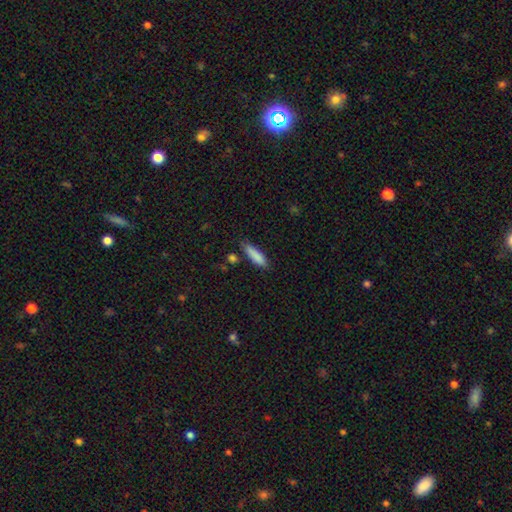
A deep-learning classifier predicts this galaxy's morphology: Smooth or featured? Predicted: smooth (p=0.86). How rounded? Predicted: cigar-shaped (p=0.64). Merging? Predicted: none (p=0.73).